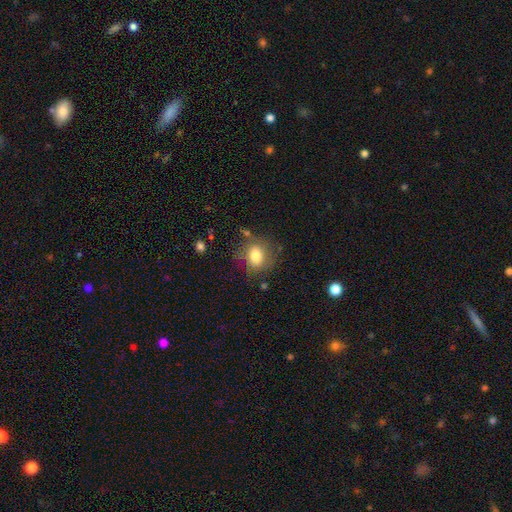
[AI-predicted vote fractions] Morphology: type=smooth (79%); roundness=round (60%); merging=none (73%).